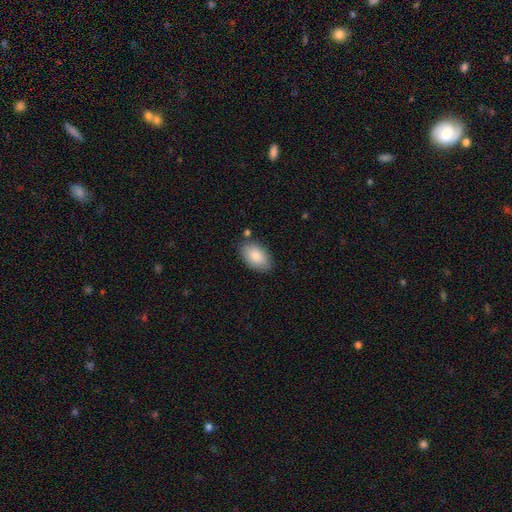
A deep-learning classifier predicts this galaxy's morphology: A smooth galaxy with no disk features (86%) that is in between round and cigar-shaped (94%).

Vote fractions:
- Smooth or featured? smooth: 86% / featured or disk: 8% / star or artifact: 6%
- How rounded? in between: 94% / round: 4% / cigar-shaped: 2%
- Merging? none: 83% / minor disturbance: 12% / merger: 3% / major disturbance: 3%